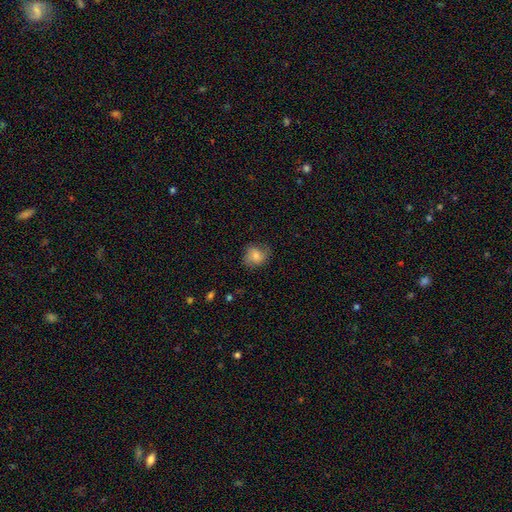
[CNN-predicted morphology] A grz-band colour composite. It shows a smooth galaxy with no disk features (69%) that is round (64%). Merging: none (68%).